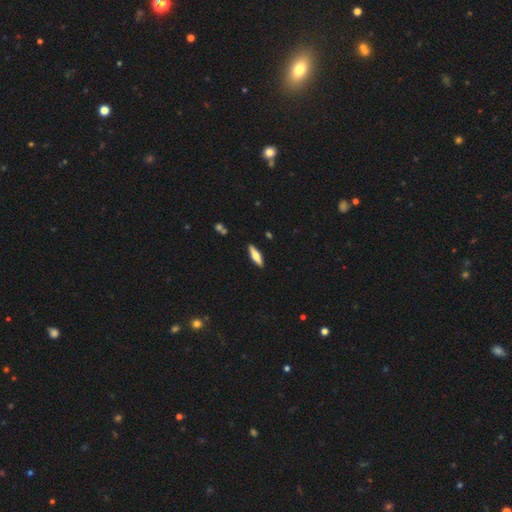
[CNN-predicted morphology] smooth_or_featured: smooth (p=0.54) [alt: featured or disk p=0.41]
how_rounded: cigar-shaped (p=0.60) [alt: in between p=0.38]
merging: none (p=0.89) [alt: minor disturbance p=0.08]